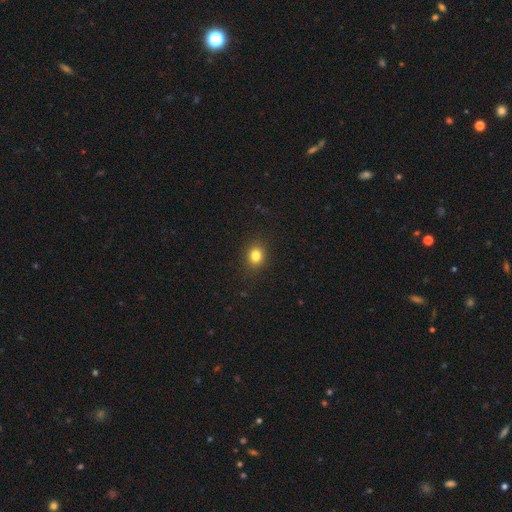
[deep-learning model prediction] Smooth or featured? smooth (82%)
How rounded? round (63%)
Merging? none (89%)